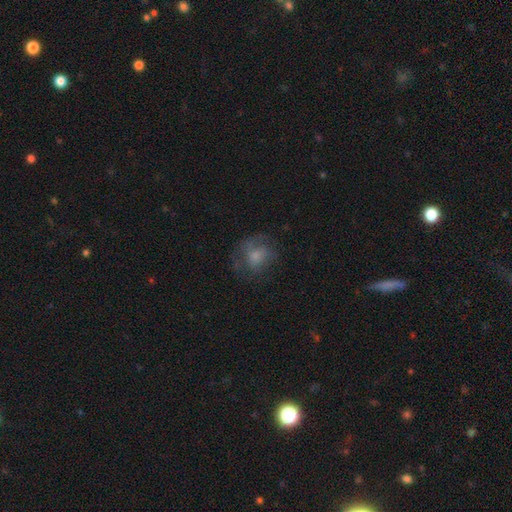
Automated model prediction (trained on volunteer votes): The model was most divided on "smooth or featured": smooth: 60%, featured or disk: 28%, star or artifact: 12%. More confident: how rounded — round (72%); merging — none (57%).